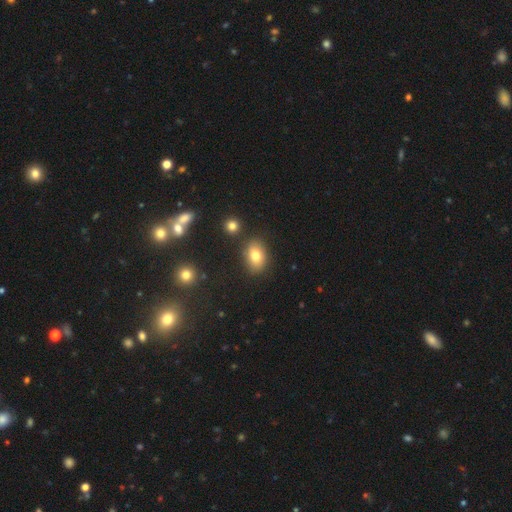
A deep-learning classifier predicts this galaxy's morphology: Smooth or featured? smooth (78%)
How rounded? in between (77%)
Merging? none (81%)